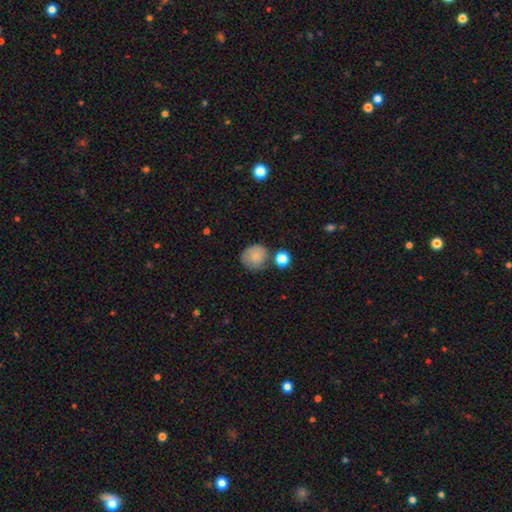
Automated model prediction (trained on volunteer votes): Overall: smooth (82%). How rounded: round (86%). Merging: none (63%).